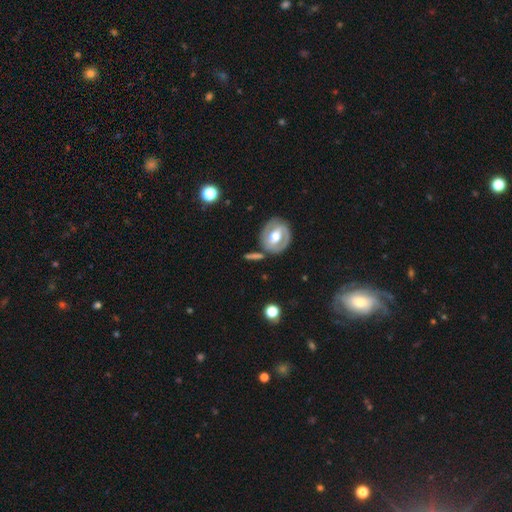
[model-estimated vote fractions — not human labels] Smooth or featured? Predicted: featured or disk (p=0.49). Merging? Predicted: none (p=0.72).